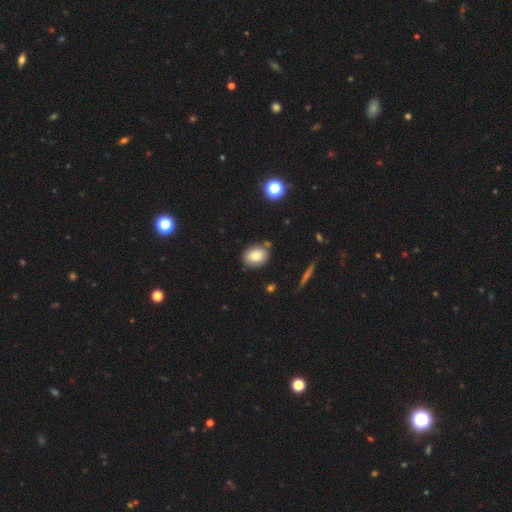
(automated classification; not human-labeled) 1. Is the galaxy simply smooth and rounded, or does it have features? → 79% smooth, 11% featured or disk, 9% star or artifact.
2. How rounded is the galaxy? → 58% in between, 41% round, 1% cigar-shaped.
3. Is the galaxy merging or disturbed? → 77% none, 14% minor disturbance, 7% merger, 3% major disturbance.